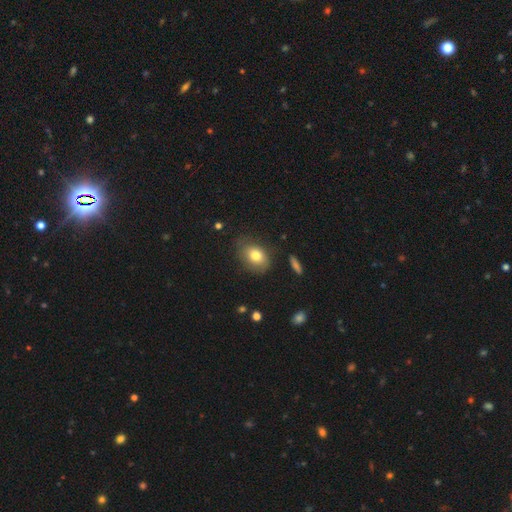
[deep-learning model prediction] The model was most divided on "how rounded": in between: 68%, round: 30%, cigar-shaped: 1%. More confident: smooth or featured — smooth (75%); merging — none (71%).